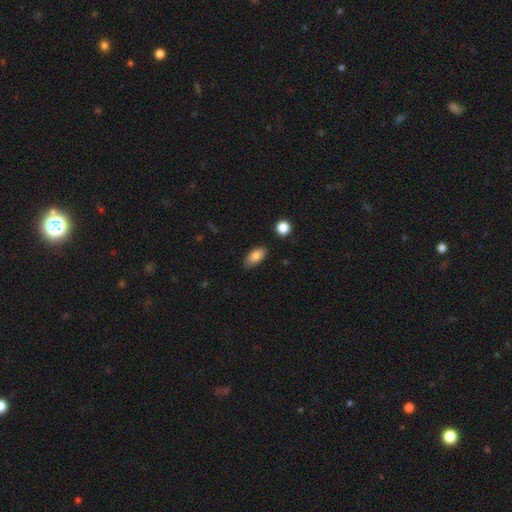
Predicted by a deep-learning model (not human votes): This appears to be a smooth galaxy with no disk features (82%) that is in between round and cigar-shaped (90%). Merging: none (81%).